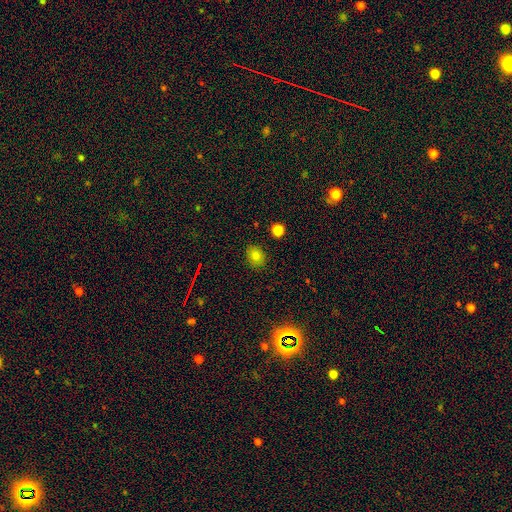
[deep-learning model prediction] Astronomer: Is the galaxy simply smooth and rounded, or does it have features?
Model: smooth — 79%.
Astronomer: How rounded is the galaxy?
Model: round — 59% (runner-up: in between, 40%).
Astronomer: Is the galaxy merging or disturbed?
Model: none — 87%.